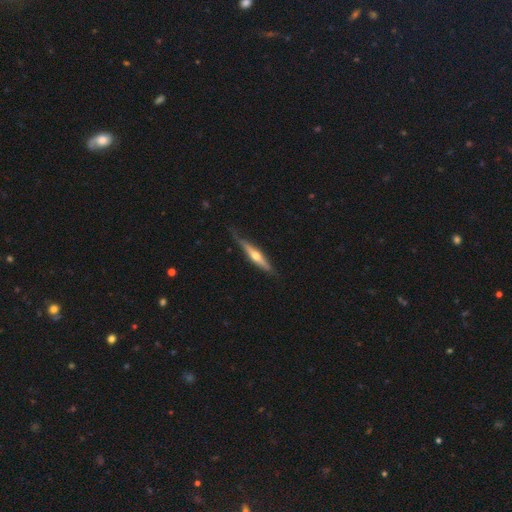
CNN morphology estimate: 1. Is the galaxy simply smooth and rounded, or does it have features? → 64% featured or disk, 32% smooth, 5% star or artifact.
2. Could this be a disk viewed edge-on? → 94% yes, 6% no.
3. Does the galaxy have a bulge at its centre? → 90% rounded, 6% none, 3% boxy.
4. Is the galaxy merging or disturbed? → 70% none, 24% minor disturbance, 5% major disturbance, 2% merger.